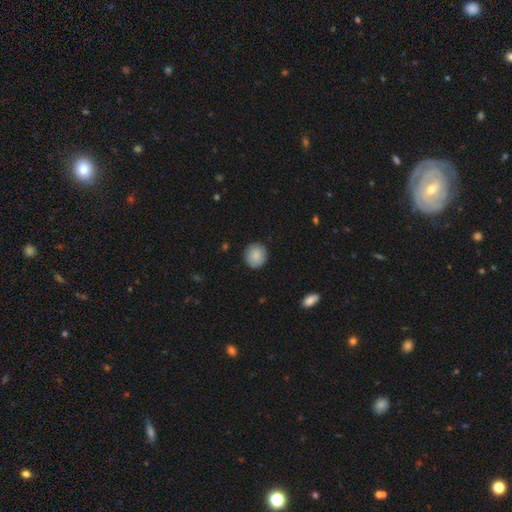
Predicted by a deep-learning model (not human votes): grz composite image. It shows a smooth galaxy with no disk features (85%) that is round (89%). Merging: none (88%).